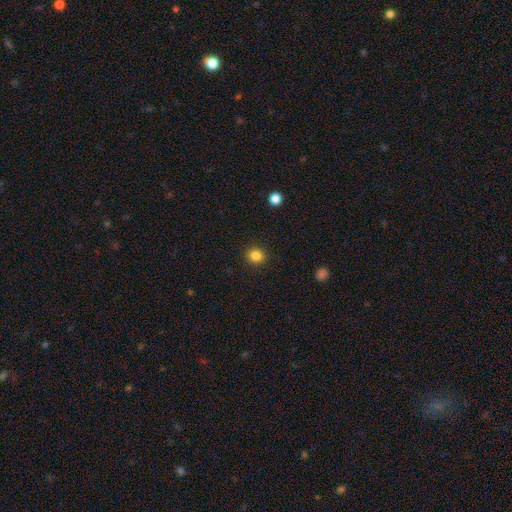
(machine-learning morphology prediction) Smooth or featured? smooth (85%)
How rounded? round (87%)
Merging? none (92%)